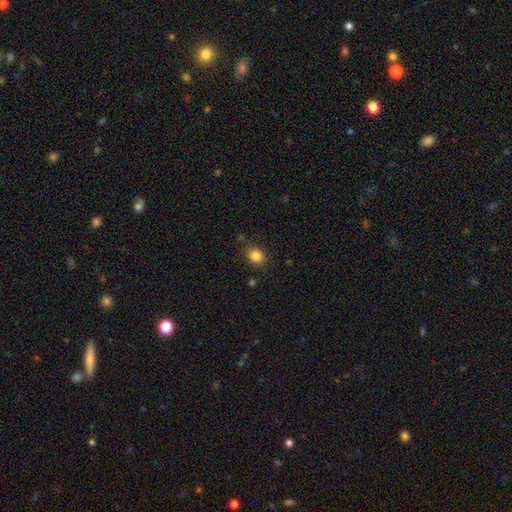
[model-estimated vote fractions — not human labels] Q: Smooth or featured?
A: smooth (84%); runner-up: star or artifact (11%)
Q: How rounded?
A: round (63%); runner-up: in between (36%)
Q: Merging?
A: none (83%); runner-up: minor disturbance (11%)